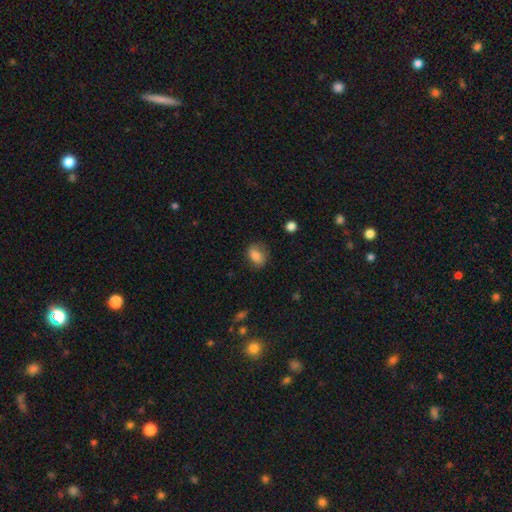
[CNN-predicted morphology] smooth-or-featured: smooth: 79% | featured or disk: 13% | star or artifact: 9%
  how-rounded: in between: 65% | round: 33% | cigar-shaped: 2%
  merging: none: 74% | minor disturbance: 19% | major disturbance: 5% | merger: 1%